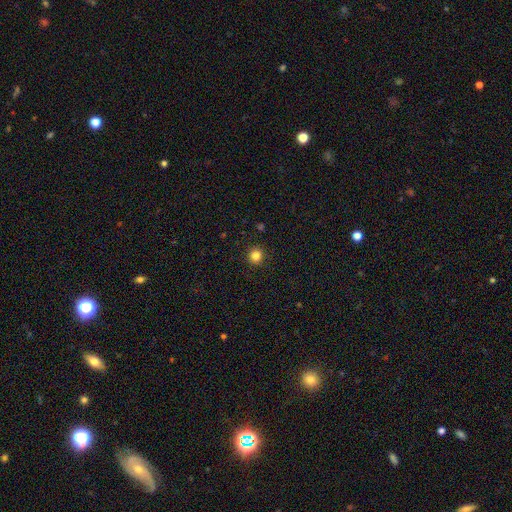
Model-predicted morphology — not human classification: Smooth or featured: smooth — 84% (star or artifact — 12%)
How rounded: round — 93% (in between — 6%)
Merging: none — 92% (minor disturbance — 6%)